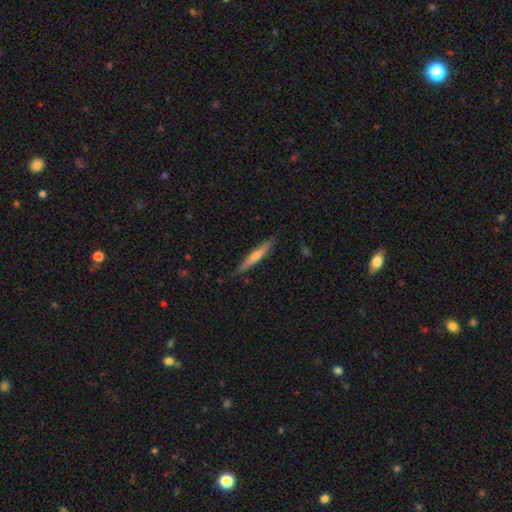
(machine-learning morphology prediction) smooth-or-featured: smooth: 47% (tied) | featured or disk: 47% (tied) | star or artifact: 6%
  merging: none: 86% | minor disturbance: 11% | major disturbance: 2% | merger: 1%